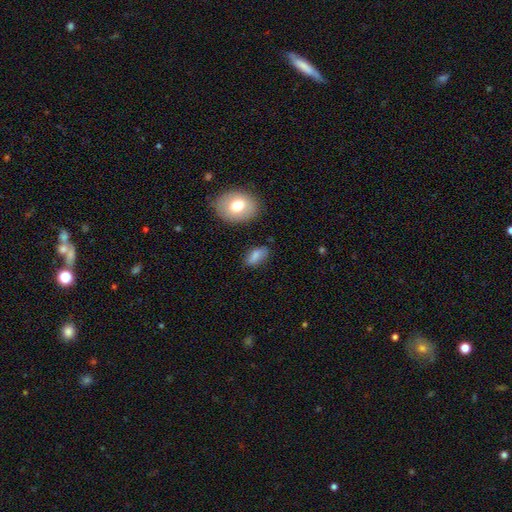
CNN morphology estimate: A smooth galaxy with no disk features (78%) that is in between round and cigar-shaped (87%). Merging: none (76%).